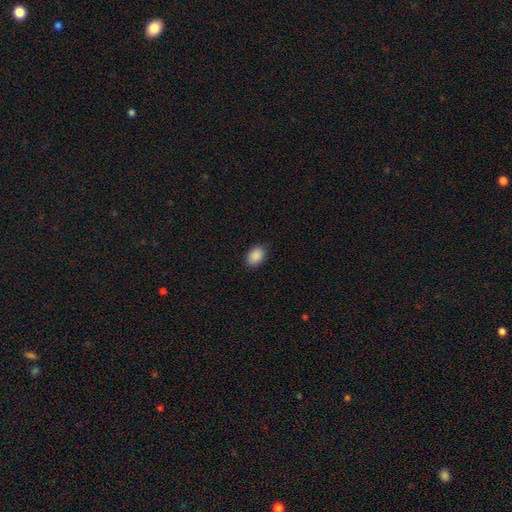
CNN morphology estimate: Smooth or featured? Predicted: smooth (p=0.90). How rounded? Predicted: in between (p=0.83). Merging? Predicted: none (p=0.87).